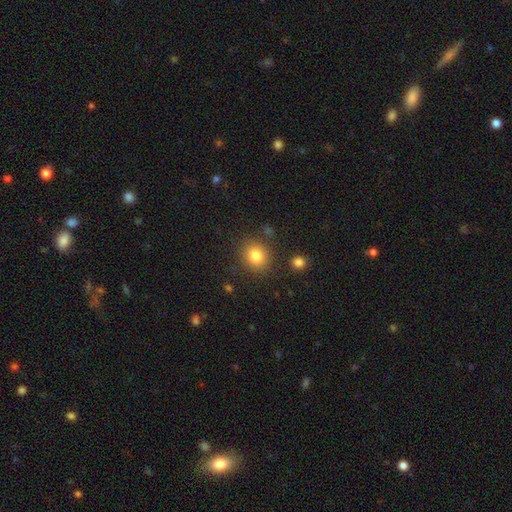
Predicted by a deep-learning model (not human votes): Smooth or featured?
  - smooth: 82% *
  - star or artifact: 11%
  - featured or disk: 7%
How rounded?
  - round: 78% *
  - in between: 21%
  - cigar-shaped: 1%
Merging?
  - none: 84% *
  - minor disturbance: 9%
  - merger: 3%
  - major disturbance: 3%